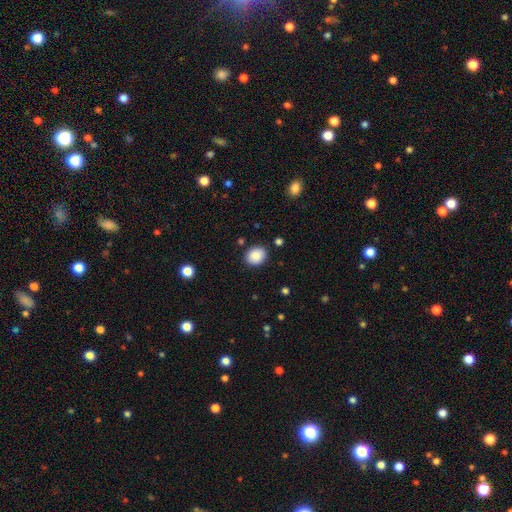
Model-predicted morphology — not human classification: A smooth galaxy with no disk features (89%) that is round (56%).

Vote fractions:
- Smooth or featured? smooth: 89% / star or artifact: 8% / featured or disk: 3%
- How rounded? round: 56% / in between: 44% / cigar-shaped: 1%
- Merging? none: 87% / minor disturbance: 9% / major disturbance: 3% / merger: 2%